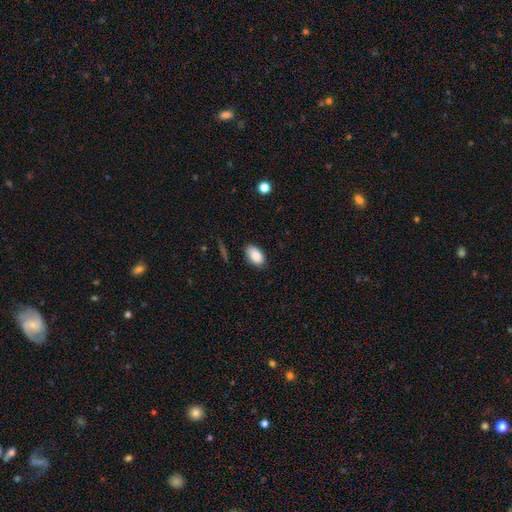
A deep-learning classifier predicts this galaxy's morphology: This appears to be a smooth galaxy with no disk features (88%) that is in between round and cigar-shaped (92%). Merging: none (81%).